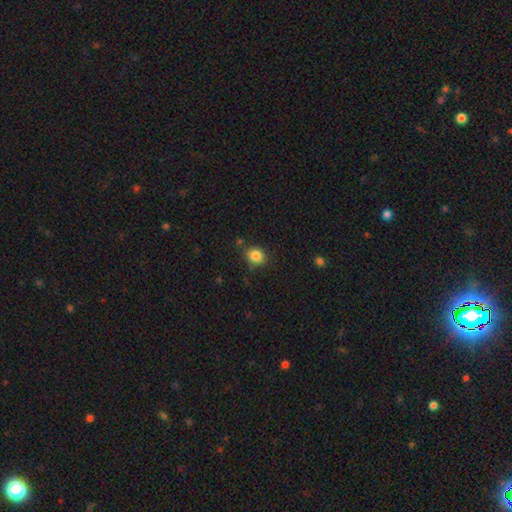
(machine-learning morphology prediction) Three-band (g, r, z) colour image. It shows a smooth galaxy with no disk features (84%) that is round (76%). Merging: none (80%).